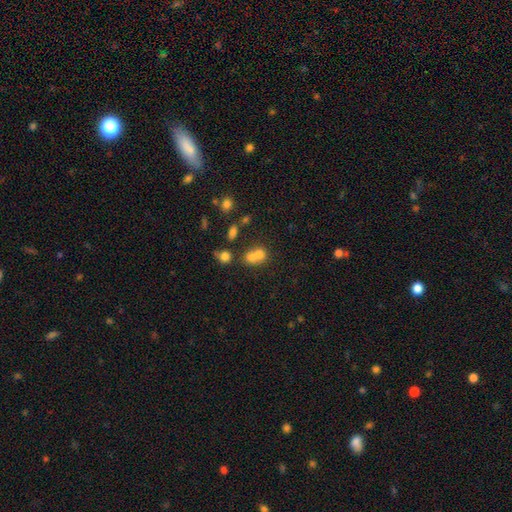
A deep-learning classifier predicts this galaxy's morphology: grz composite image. It shows a smooth galaxy with no disk features (70%) that is round (61%). Merging: merger (64%).